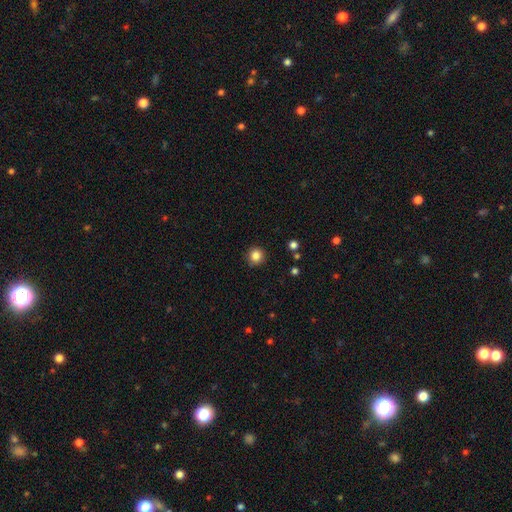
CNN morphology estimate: smooth-or-featured: smooth: 85% | star or artifact: 11% | featured or disk: 4%
  how-rounded: round: 94% | in between: 6% | cigar-shaped: 1%
  merging: none: 90% | minor disturbance: 7% | major disturbance: 2% | merger: 1%